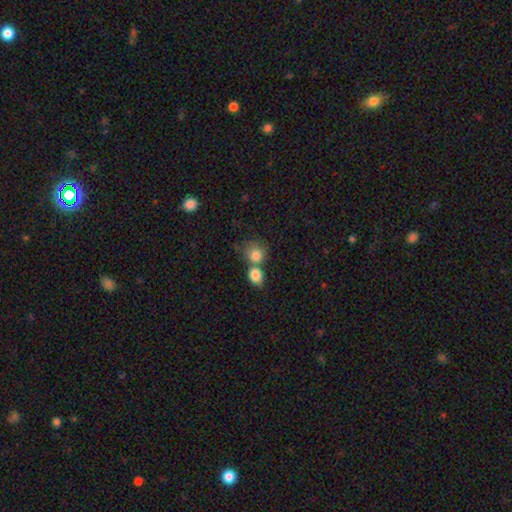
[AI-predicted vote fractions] smooth_or_featured: smooth (p=0.81) [alt: star or artifact p=0.09]
how_rounded: round (p=0.74) [alt: in between p=0.25]
merging: merger (p=0.53) [alt: none p=0.35]